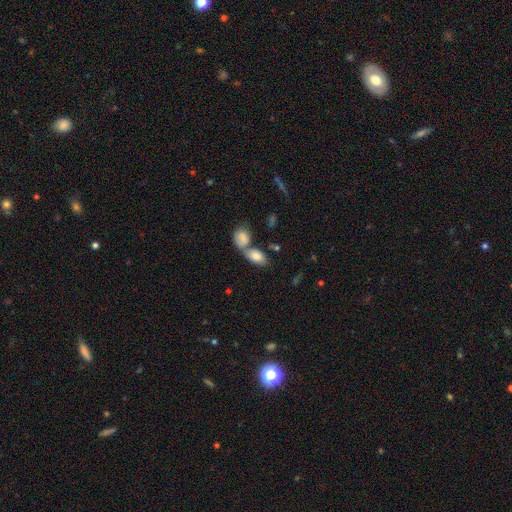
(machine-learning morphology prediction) A smooth galaxy with no disk features (81%) that is in between round and cigar-shaped (89%).

Vote fractions:
- Smooth or featured? smooth: 81% / featured or disk: 12% / star or artifact: 7%
- How rounded? in between: 89% / round: 8% / cigar-shaped: 3%
- Merging? merger: 45% / none: 39% / minor disturbance: 11% / major disturbance: 4%